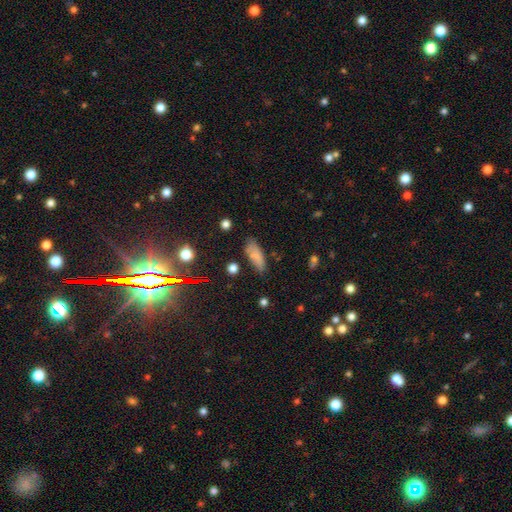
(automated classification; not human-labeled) Smooth or featured: smooth — 77% (featured or disk — 13%)
How rounded: in between — 69% (cigar-shaped — 28%)
Merging: none — 71% (minor disturbance — 20%)